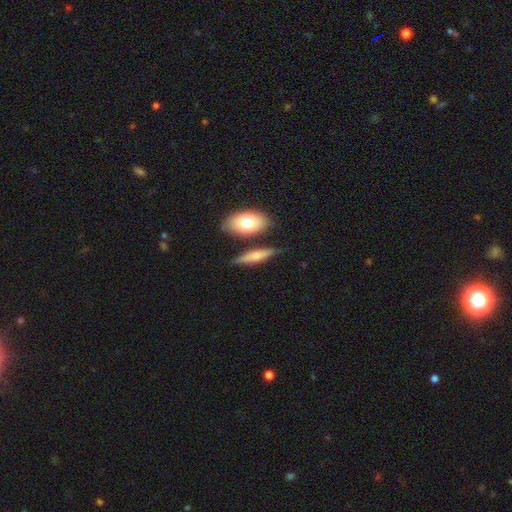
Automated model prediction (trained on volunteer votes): smooth_or_featured: smooth (p=0.58) [alt: featured or disk p=0.36]
how_rounded: cigar-shaped (p=0.59) [alt: in between p=0.37]
merging: none (p=0.72) [alt: minor disturbance p=0.16]